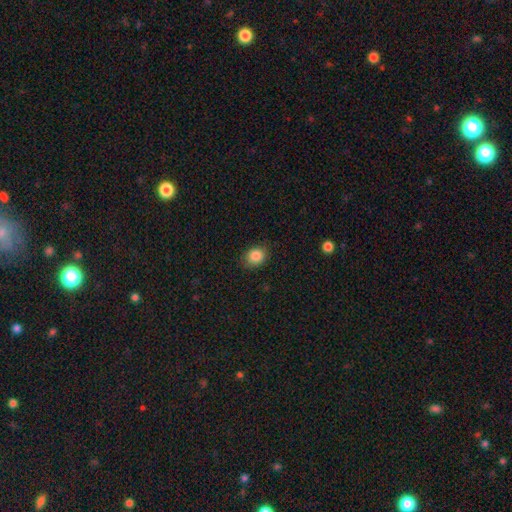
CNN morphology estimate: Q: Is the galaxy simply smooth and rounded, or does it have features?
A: smooth — 86%.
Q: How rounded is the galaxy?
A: round — 54%.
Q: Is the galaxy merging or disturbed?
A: none — 85%.